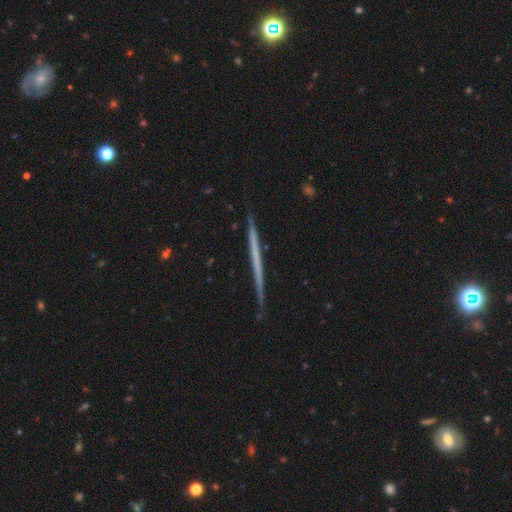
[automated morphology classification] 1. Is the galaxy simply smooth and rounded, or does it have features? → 58% featured or disk, 35% smooth, 6% star or artifact.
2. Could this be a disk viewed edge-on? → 98% yes, 2% no.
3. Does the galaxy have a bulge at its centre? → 93% none, 4% rounded, 3% boxy.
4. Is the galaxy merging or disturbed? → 89% none, 8% minor disturbance, 1% major disturbance, 1% merger.